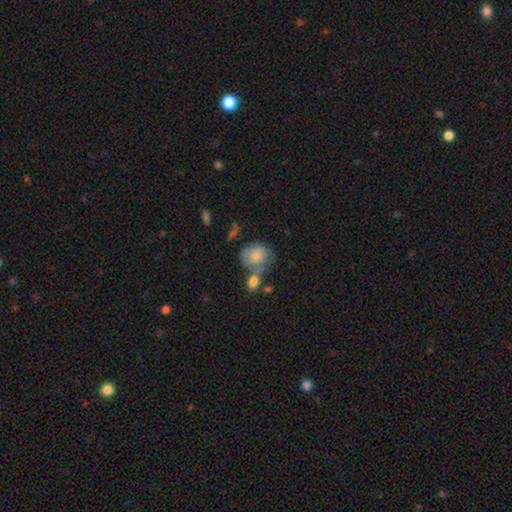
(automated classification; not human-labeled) A smooth galaxy with no disk features (78%) that is round (68%).

Vote fractions:
- Smooth or featured? smooth: 78% / featured or disk: 15% / star or artifact: 7%
- How rounded? round: 68% / in between: 31% / cigar-shaped: 1%
- Merging? none: 40% / merger: 32% / minor disturbance: 19% / major disturbance: 9%